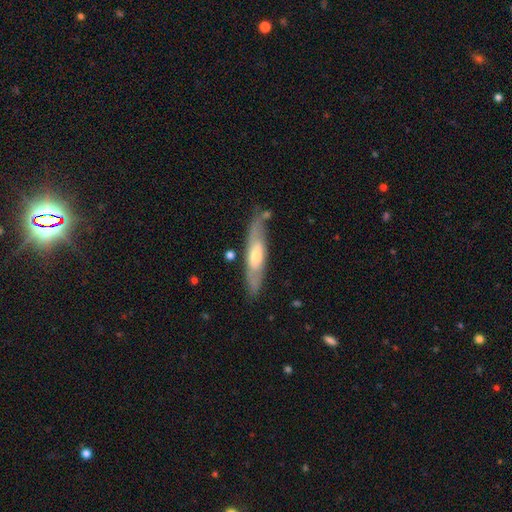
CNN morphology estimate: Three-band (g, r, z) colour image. It shows a featured or disk galaxy (56%) viewed edge-on (52%). Merging: none (73%).